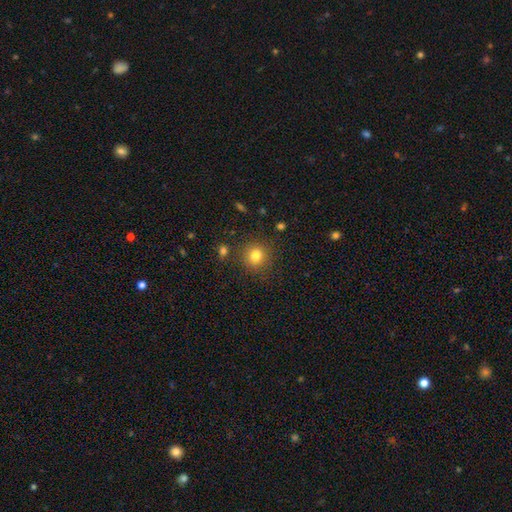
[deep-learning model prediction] Q: Smooth or featured?
A: smooth (81%); runner-up: star or artifact (13%)
Q: How rounded?
A: round (88%); runner-up: in between (11%)
Q: Merging?
A: none (86%); runner-up: minor disturbance (8%)